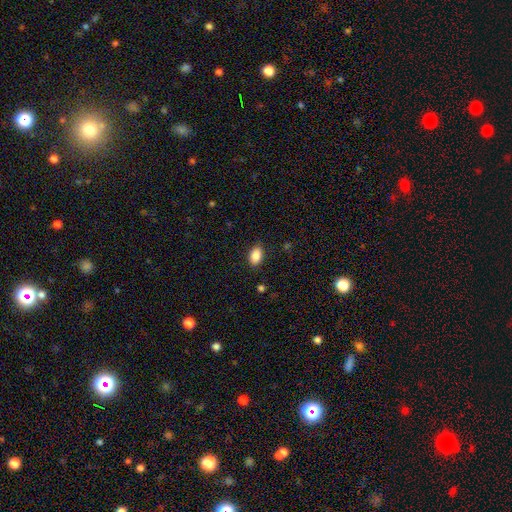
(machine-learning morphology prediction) Smooth or featured? smooth (88%)
How rounded? in between (90%)
Merging? none (85%)